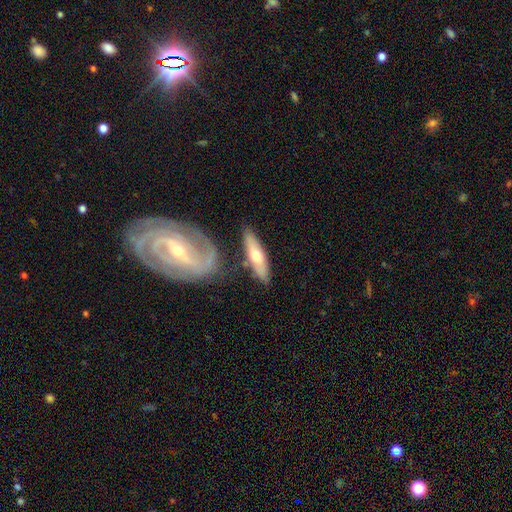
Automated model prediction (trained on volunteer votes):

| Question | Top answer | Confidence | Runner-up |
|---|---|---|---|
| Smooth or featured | featured or disk | 51% | smooth (43%) |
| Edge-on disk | yes | 55% | no (45%) |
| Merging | none | 67% | minor disturbance (16%) |